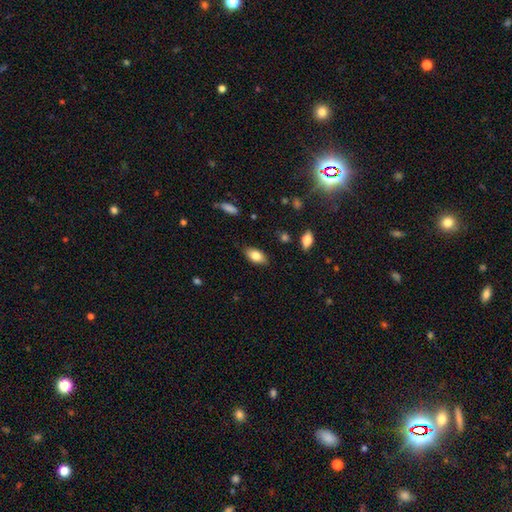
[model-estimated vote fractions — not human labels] This appears to be a smooth galaxy with no disk features (80%) that is in between round and cigar-shaped (90%). Merging: none (85%).